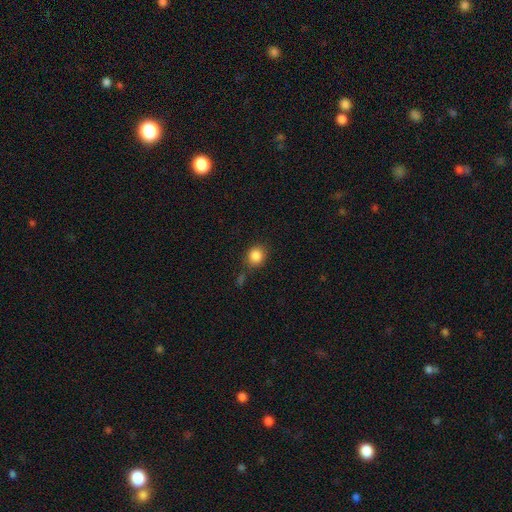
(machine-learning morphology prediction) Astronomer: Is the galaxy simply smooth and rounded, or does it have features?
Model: smooth — 87%.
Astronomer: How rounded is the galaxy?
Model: round — 79%.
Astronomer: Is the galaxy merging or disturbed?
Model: none — 76%.